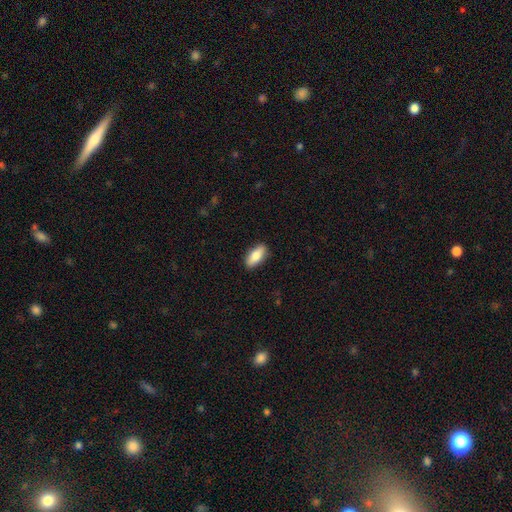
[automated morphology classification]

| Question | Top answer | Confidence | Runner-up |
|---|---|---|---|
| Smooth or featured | smooth | 80% | featured or disk (14%) |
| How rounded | in between | 83% | cigar-shaped (14%) |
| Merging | none | 89% | minor disturbance (9%) |